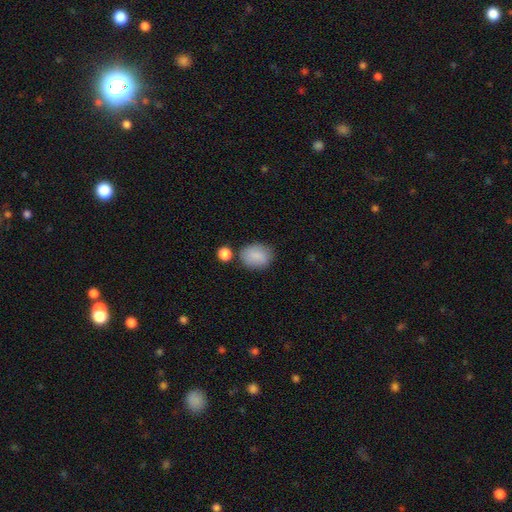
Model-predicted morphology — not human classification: smooth-or-featured: smooth: 87% | star or artifact: 7% | featured or disk: 6%
  how-rounded: in between: 57% | round: 42% | cigar-shaped: 1%
  merging: none: 72% | minor disturbance: 15% | merger: 8% | major disturbance: 4%